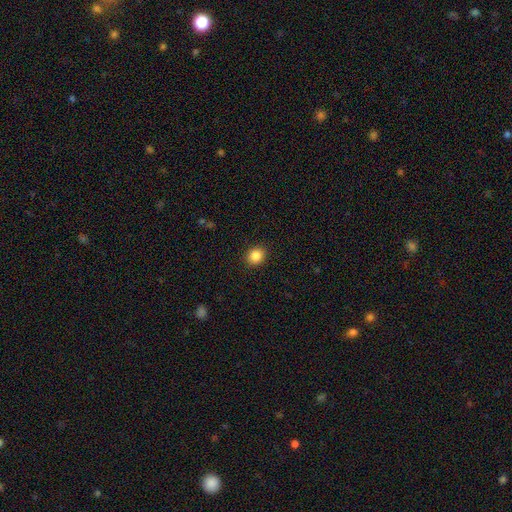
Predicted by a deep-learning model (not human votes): Smooth or featured? Predicted: smooth (p=0.87). How rounded? Predicted: round (p=0.69). Merging? Predicted: none (p=0.91).